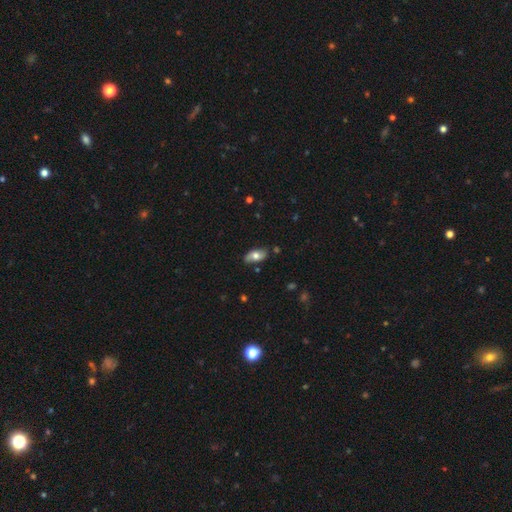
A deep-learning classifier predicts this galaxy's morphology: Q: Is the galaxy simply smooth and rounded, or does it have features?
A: smooth — 59%.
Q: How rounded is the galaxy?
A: in between — 90%.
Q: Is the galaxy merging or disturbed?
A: none — 79%.